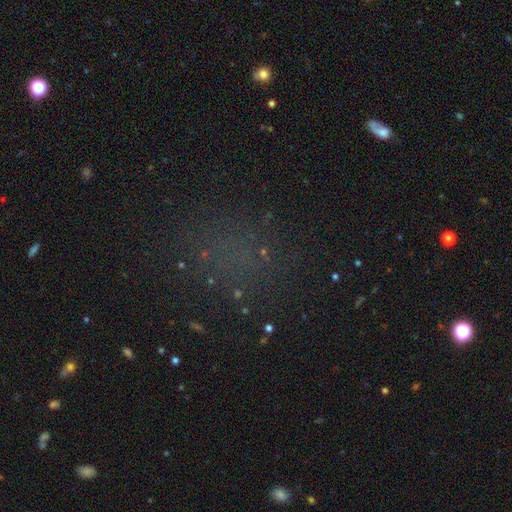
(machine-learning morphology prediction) Smooth or featured: star or artifact — 48% (smooth — 38%)